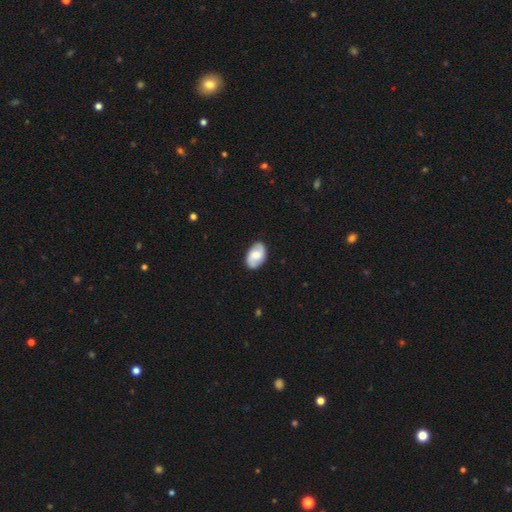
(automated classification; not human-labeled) A smooth galaxy with no disk features (52%) that is in between round and cigar-shaped (90%). Merging: none (85%).